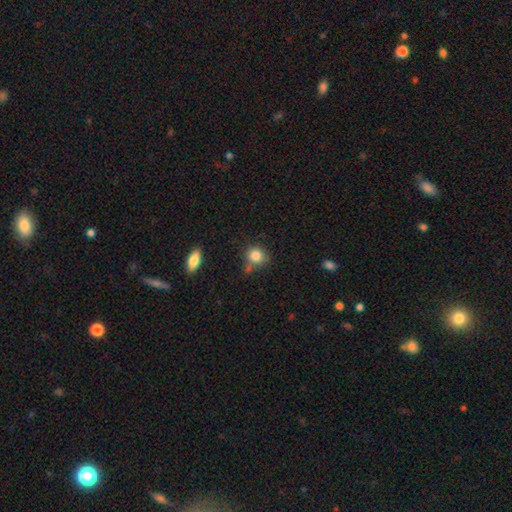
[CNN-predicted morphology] This is clearly a smooth galaxy (83%). How rounded: clearly round (80%). Merging: likely none (62%).